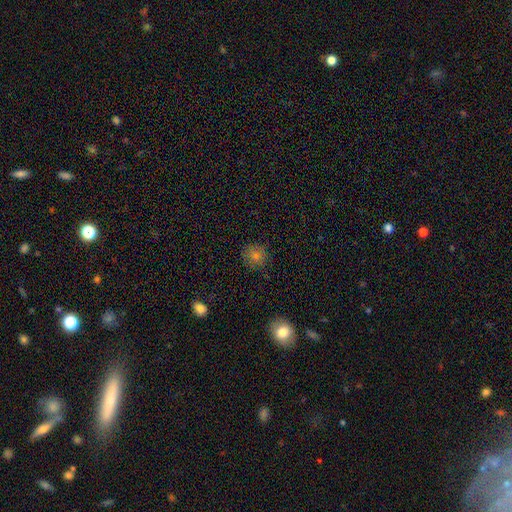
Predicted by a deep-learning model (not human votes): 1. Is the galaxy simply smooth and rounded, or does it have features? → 73% smooth, 17% star or artifact, 11% featured or disk.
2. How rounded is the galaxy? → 90% round, 9% in between, 1% cigar-shaped.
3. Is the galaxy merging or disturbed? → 88% none, 9% minor disturbance, 2% major disturbance, 1% merger.